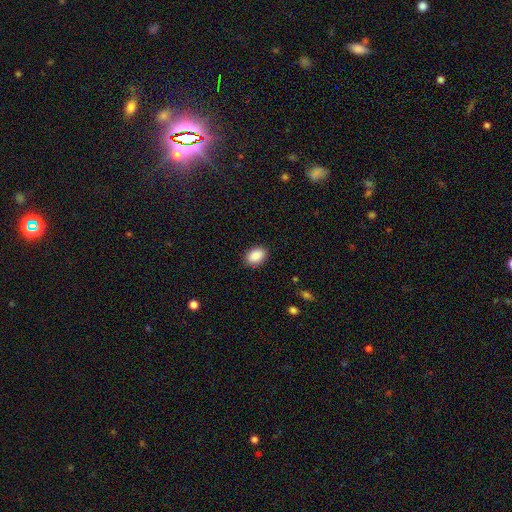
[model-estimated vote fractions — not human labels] This is clearly a smooth galaxy (89%). How rounded: clearly in between (82%). Merging: clearly none (88%).